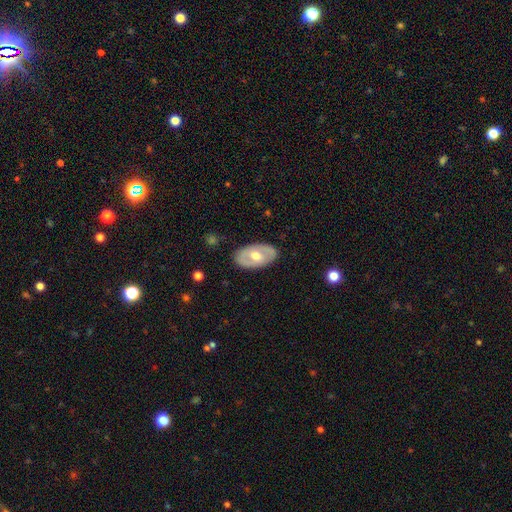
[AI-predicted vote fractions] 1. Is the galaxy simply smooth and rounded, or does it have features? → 55% featured or disk, 40% smooth, 5% star or artifact.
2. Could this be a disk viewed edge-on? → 89% no, 11% yes.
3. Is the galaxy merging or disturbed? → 85% none, 11% minor disturbance, 3% major disturbance, 1% merger.